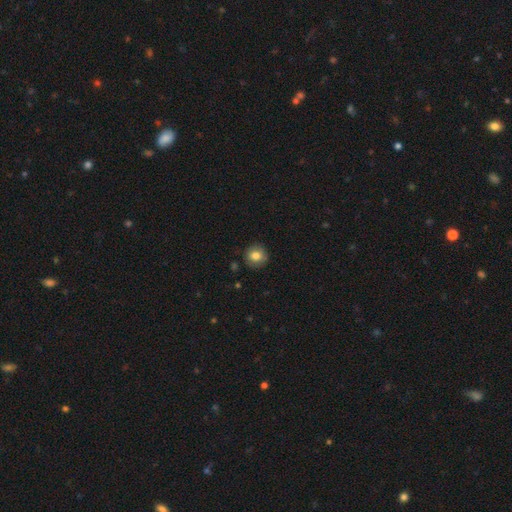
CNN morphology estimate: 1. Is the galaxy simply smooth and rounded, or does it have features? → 81% smooth, 9% star or artifact, 9% featured or disk.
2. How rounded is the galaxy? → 92% round, 7% in between, 1% cigar-shaped.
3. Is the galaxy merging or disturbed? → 88% none, 9% minor disturbance, 2% major disturbance, 1% merger.